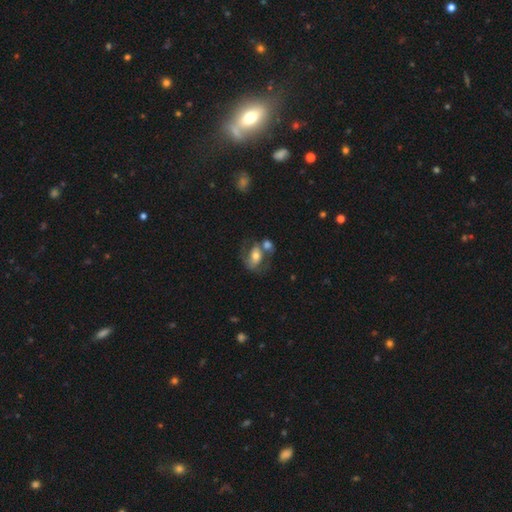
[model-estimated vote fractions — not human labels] The model was most divided on "smooth or featured": featured or disk: 49%, smooth: 43%, star or artifact: 8%. Remaining: merging — merger (40%).